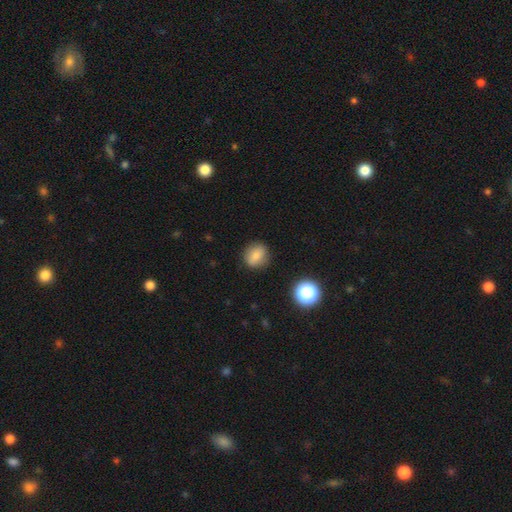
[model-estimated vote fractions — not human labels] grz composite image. It shows a smooth galaxy with no disk features (79%) that is round (70%). Merging: none (84%).